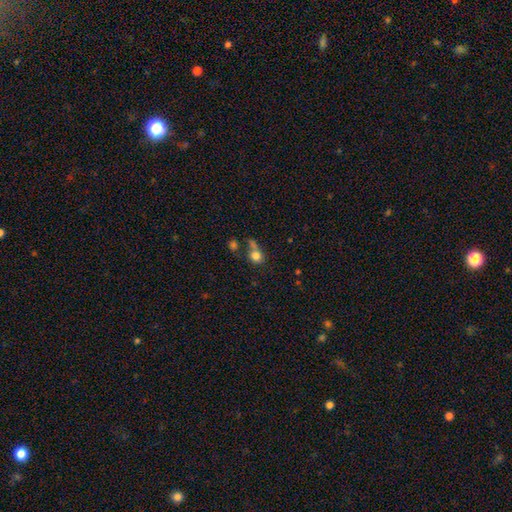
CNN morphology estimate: This is likely a smooth galaxy (79%). How rounded: clearly round (81%). Merging: possibly none (47%).